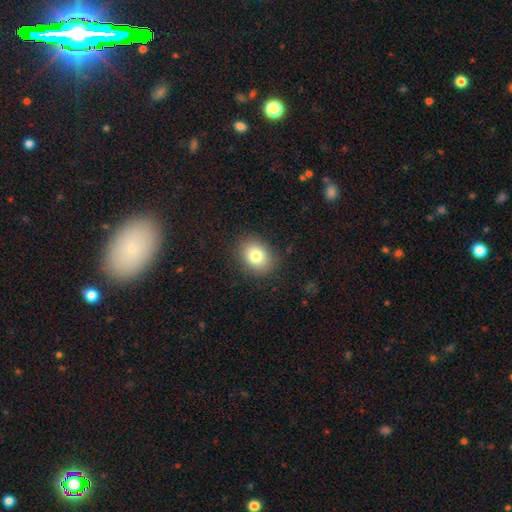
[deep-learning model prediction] Smooth or featured: smooth — 79% (star or artifact — 10%)
How rounded: in between — 53% (round — 46%)
Merging: none — 86% (minor disturbance — 10%)